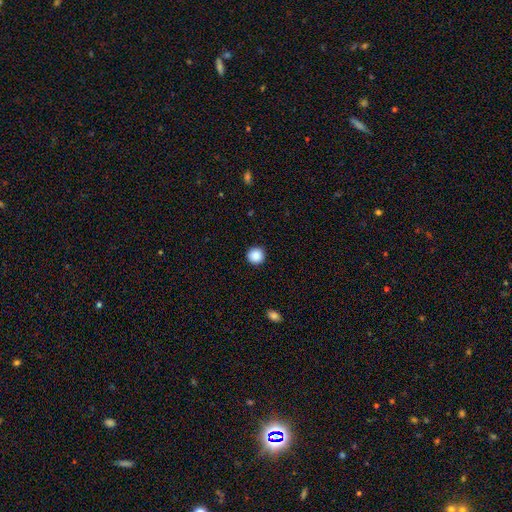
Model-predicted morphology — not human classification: Smooth or featured? Predicted: smooth (p=0.88). How rounded? Predicted: round (p=0.96). Merging? Predicted: none (p=0.93).